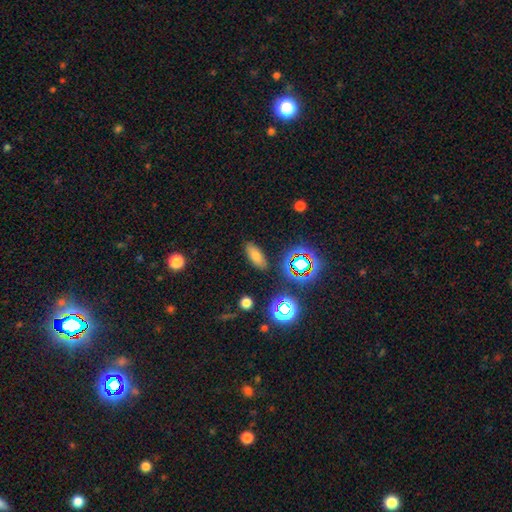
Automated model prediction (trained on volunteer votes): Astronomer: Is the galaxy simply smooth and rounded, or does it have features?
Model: smooth — 69%.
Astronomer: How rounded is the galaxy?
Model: in between — 72%.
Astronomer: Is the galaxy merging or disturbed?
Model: none — 87%.